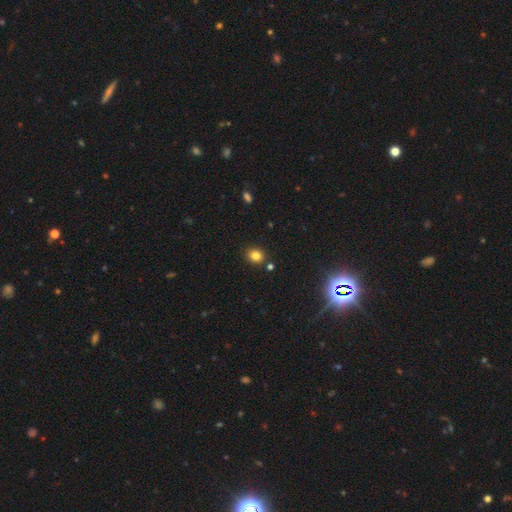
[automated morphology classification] smooth 81%, star or artifact 13%, featured or disk 6%. Down the decision tree: how rounded — round (65%); merging — none (84%).